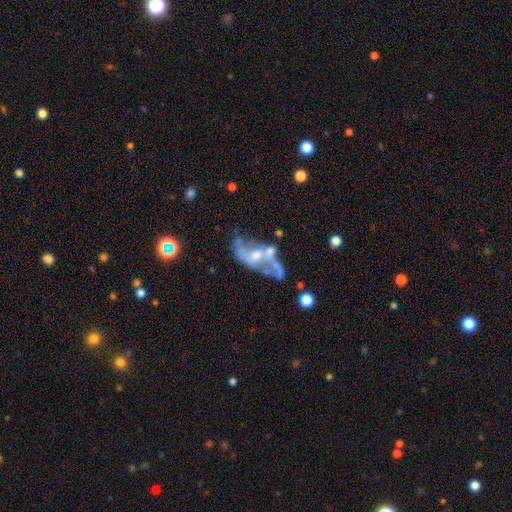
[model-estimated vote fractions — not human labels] Smooth or featured? Predicted: featured or disk (p=0.75). Edge-on disk? Predicted: no (p=0.94). Bar? Predicted: no (p=0.52). Spiral arms? Predicted: yes (p=0.63). Bulge size? Predicted: moderate (p=0.42). Merging? Predicted: none (p=0.32).